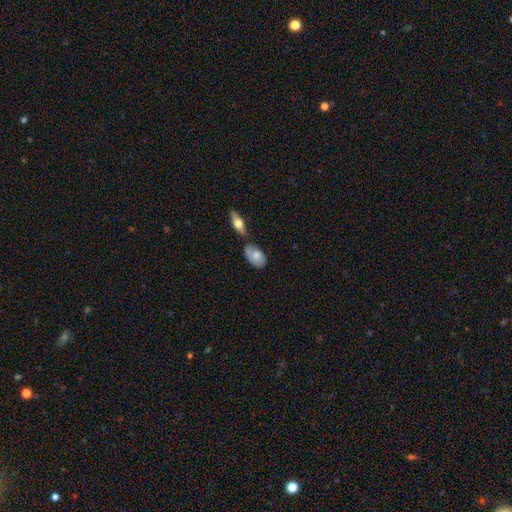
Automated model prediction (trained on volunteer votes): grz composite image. It shows a smooth galaxy with no disk features (70%) that is in between round and cigar-shaped (91%). Merging: none (53%).